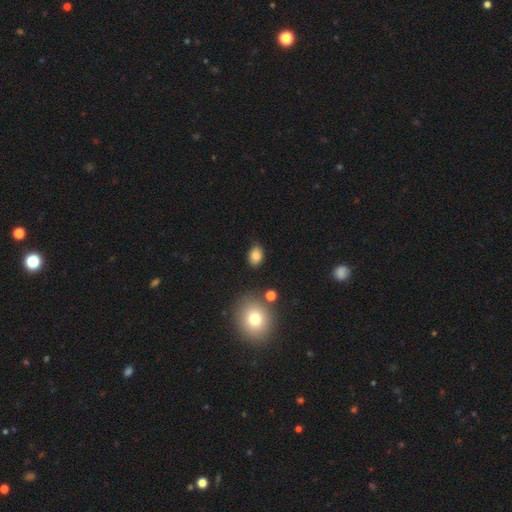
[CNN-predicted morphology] smooth 83%, star or artifact 10%, featured or disk 7%. Down the decision tree: how rounded — in between (73%); merging — none (82%).